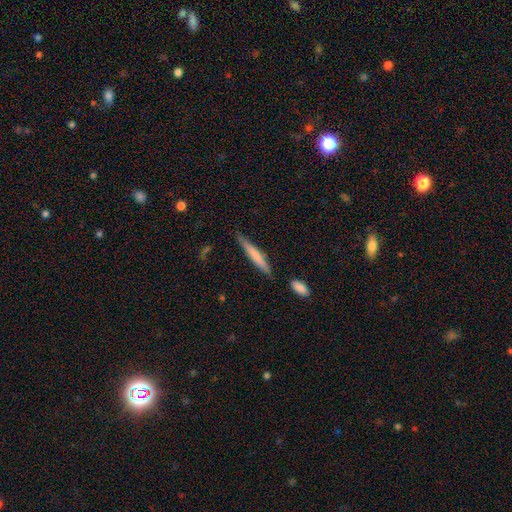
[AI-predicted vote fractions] smooth 66%, featured or disk 28%, star or artifact 6%. Down the decision tree: how rounded — cigar-shaped (94%); merging — none (81%).